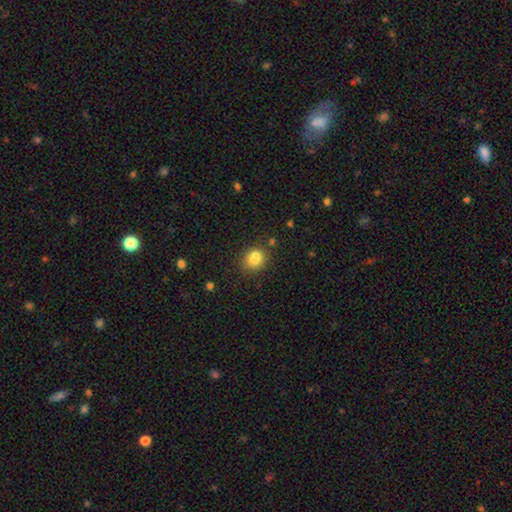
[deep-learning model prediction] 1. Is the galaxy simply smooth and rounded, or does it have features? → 83% smooth, 11% star or artifact, 7% featured or disk.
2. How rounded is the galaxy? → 53% round, 46% in between, 1% cigar-shaped.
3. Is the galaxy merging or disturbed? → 69% none, 17% minor disturbance, 9% merger, 5% major disturbance.